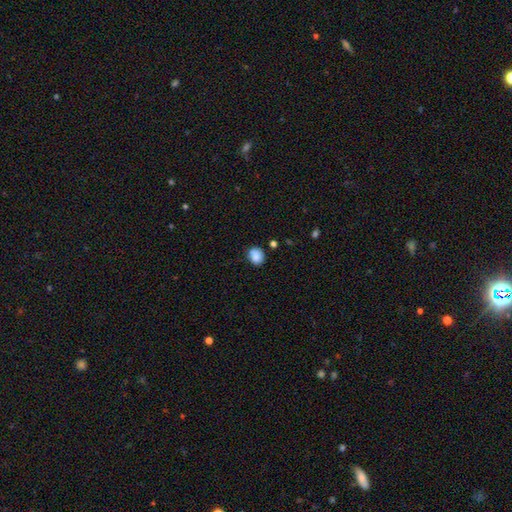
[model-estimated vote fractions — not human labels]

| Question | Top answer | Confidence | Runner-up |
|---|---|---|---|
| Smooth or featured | smooth | 86% | star or artifact (9%) |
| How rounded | round | 60% | in between (39%) |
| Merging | none | 72% | minor disturbance (20%) |